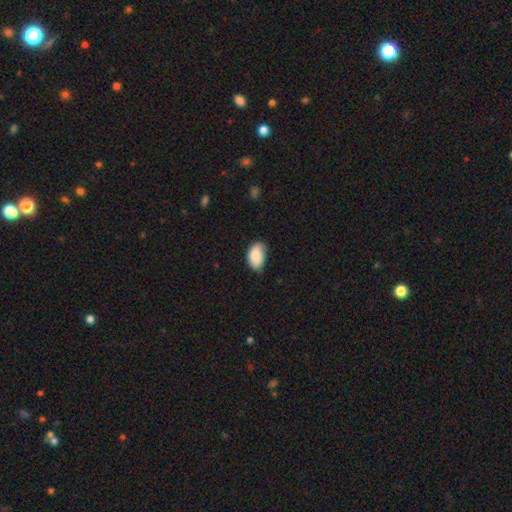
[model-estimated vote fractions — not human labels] smooth-or-featured: smooth: 84% | featured or disk: 9% | star or artifact: 7%
  how-rounded: in between: 91% | round: 8% | cigar-shaped: 1%
  merging: none: 58% | minor disturbance: 35% | major disturbance: 6% | merger: 2%